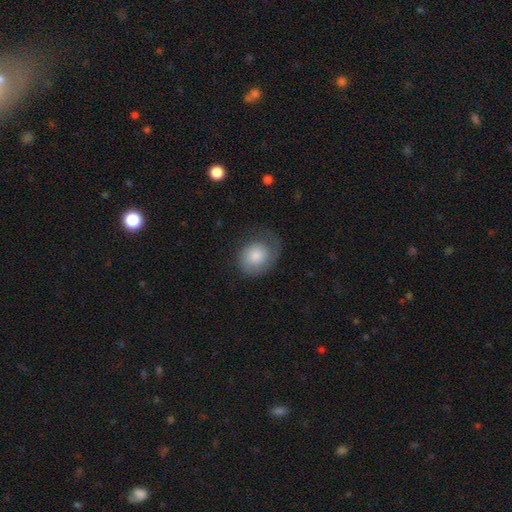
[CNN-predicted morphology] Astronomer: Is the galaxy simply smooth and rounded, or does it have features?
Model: smooth — 68%.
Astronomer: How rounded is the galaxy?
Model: round — 58% (runner-up: in between, 41%).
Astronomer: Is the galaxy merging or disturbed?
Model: none — 46% (runner-up: minor disturbance, 27%).